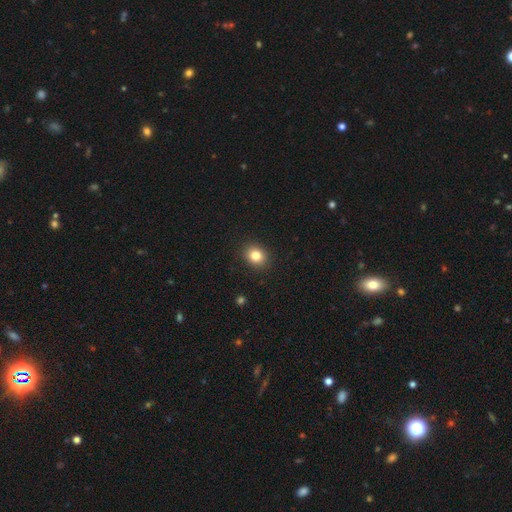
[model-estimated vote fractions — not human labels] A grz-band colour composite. It shows a smooth galaxy with no disk features (83%) that is round (62%). Merging: none (90%).